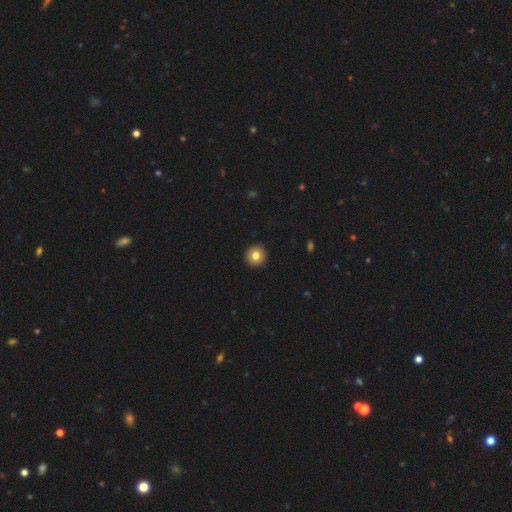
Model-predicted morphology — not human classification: This is clearly a smooth galaxy (81%). How rounded: clearly round (95%). Merging: clearly none (93%).